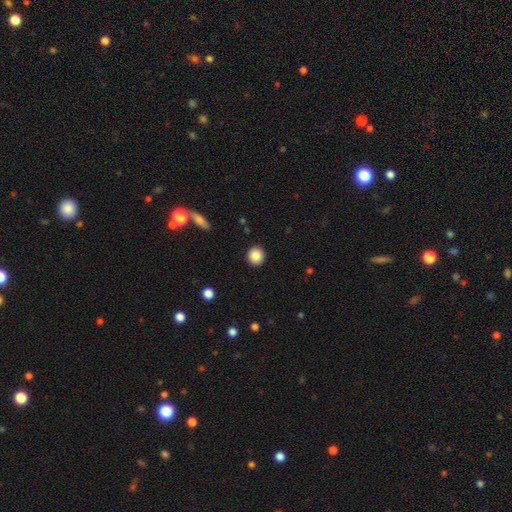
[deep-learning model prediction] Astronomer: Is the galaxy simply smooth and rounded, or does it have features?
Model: smooth — 86%.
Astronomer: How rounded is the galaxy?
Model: round — 92%.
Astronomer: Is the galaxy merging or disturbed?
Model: none — 92%.